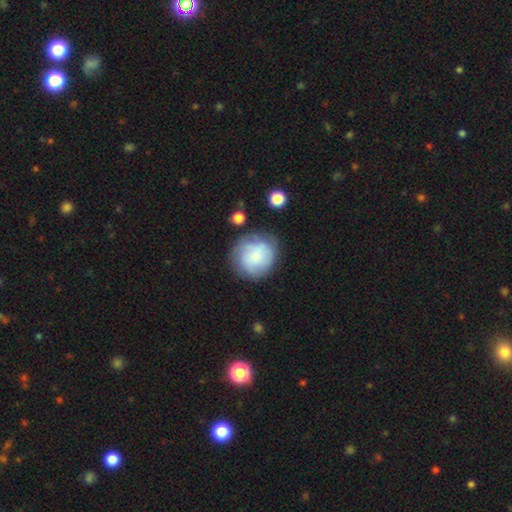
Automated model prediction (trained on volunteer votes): Smooth or featured?
  - smooth: 61% *
  - featured or disk: 31%
  - star or artifact: 8%
How rounded?
  - round: 84% *
  - in between: 15%
  - cigar-shaped: 1%
Merging?
  - none: 66% *
  - minor disturbance: 21%
  - major disturbance: 9%
  - merger: 4%